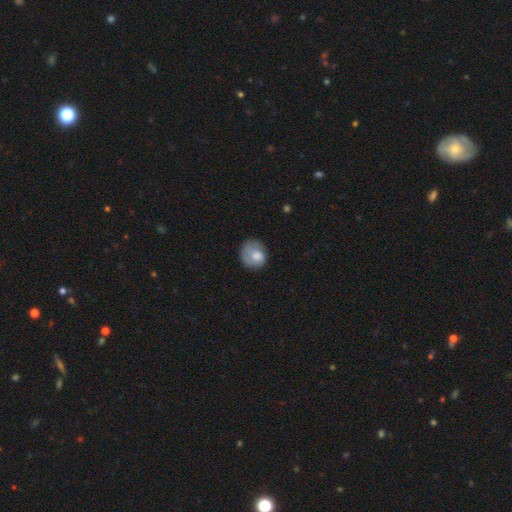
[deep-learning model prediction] This is likely a smooth galaxy (73%). How rounded: likely round (66%). Merging: possibly none (54%).